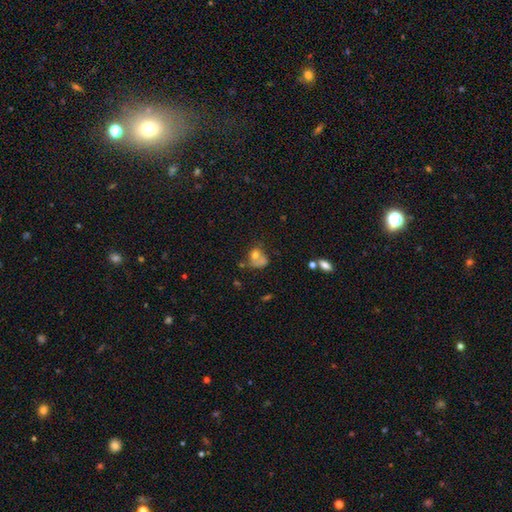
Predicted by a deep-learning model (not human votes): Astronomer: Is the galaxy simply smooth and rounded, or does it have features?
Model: smooth — 61%.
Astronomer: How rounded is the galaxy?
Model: round — 57% (runner-up: in between, 42%).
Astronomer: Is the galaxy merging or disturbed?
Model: merger — 33% (runner-up: none, 29%).